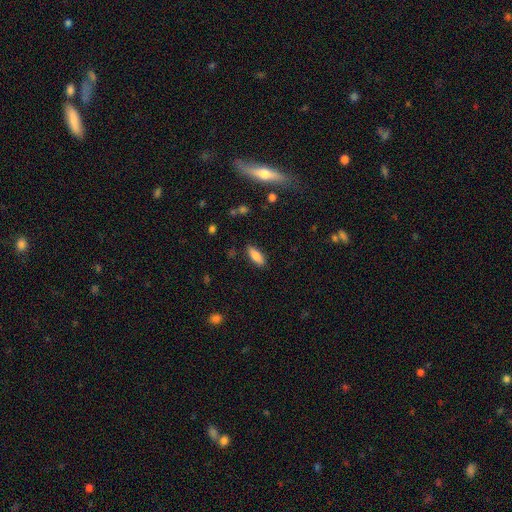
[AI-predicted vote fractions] smooth 81%, featured or disk 12%, star or artifact 7%. Down the decision tree: how rounded — in between (73%); merging — none (86%).